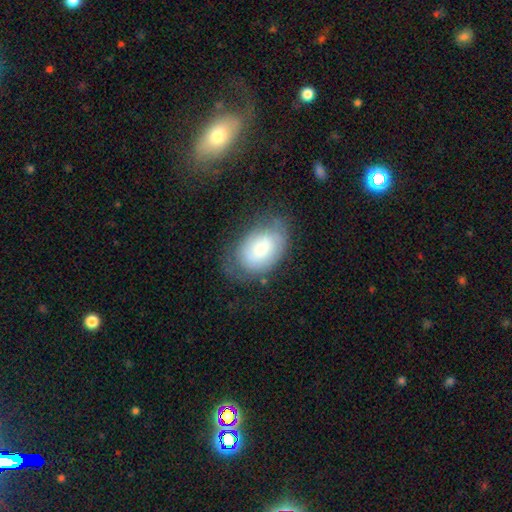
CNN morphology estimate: This is likely a smooth galaxy (63%). How rounded: clearly in between (85%). Merging: possibly none (56%).